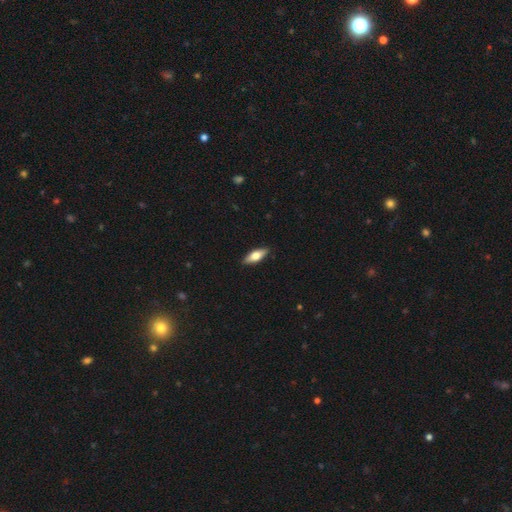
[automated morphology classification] Smooth or featured? smooth (60%)
How rounded? in between (65%)
Merging? none (90%)